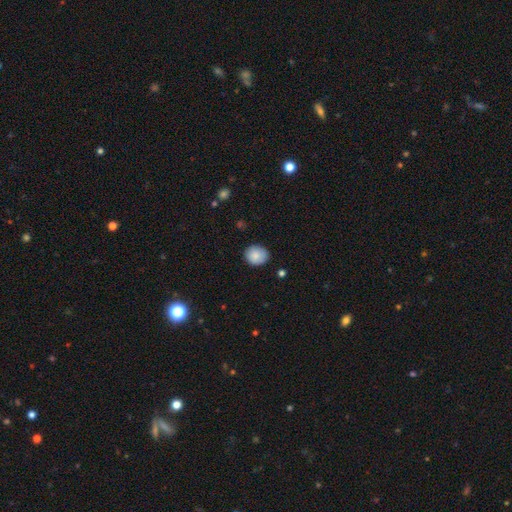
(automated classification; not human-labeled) Smooth or featured? smooth (87%)
How rounded? round (72%)
Merging? none (85%)